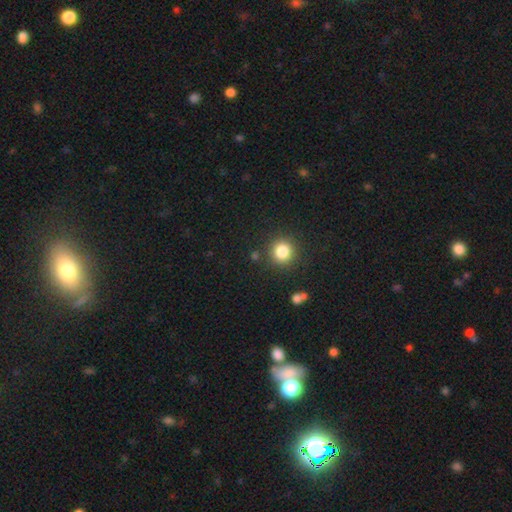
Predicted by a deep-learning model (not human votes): Overall: smooth (79%). How rounded: round (92%). Merging: none (90%).